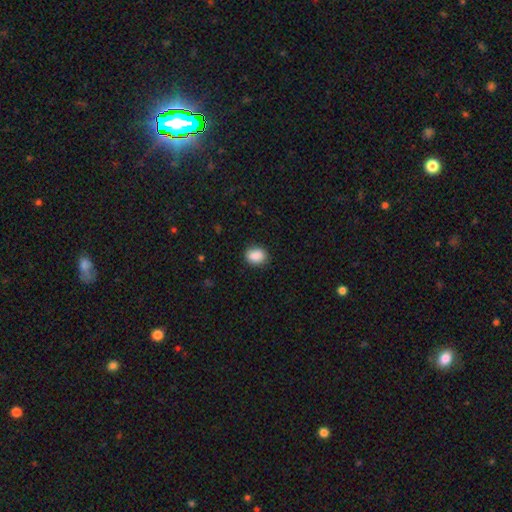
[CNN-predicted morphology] This is clearly a smooth galaxy (88%). How rounded: possibly in between (56%). Merging: clearly none (87%).